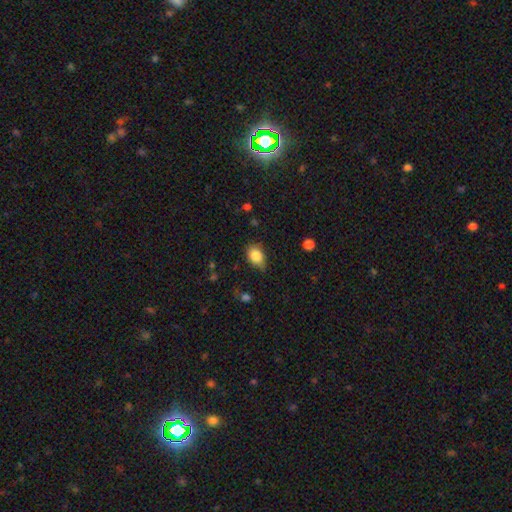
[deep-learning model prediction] Overall: smooth (85%). How rounded: in between (76%). Merging: none (59%; minor disturbance 33%).